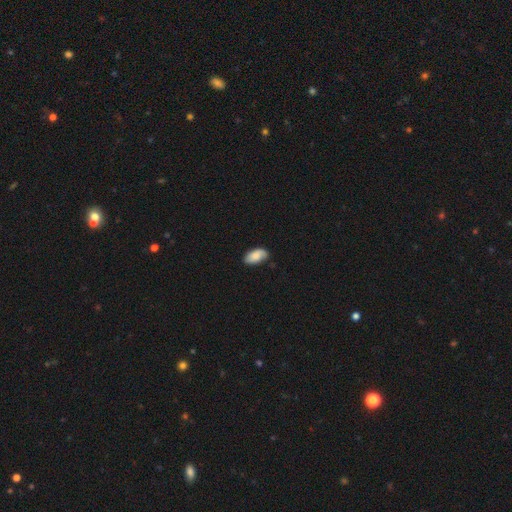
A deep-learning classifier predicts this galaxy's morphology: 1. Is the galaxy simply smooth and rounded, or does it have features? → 79% smooth, 14% featured or disk, 7% star or artifact.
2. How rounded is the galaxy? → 94% in between, 3% round, 3% cigar-shaped.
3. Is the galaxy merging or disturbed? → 76% none, 19% minor disturbance, 3% major disturbance, 1% merger.